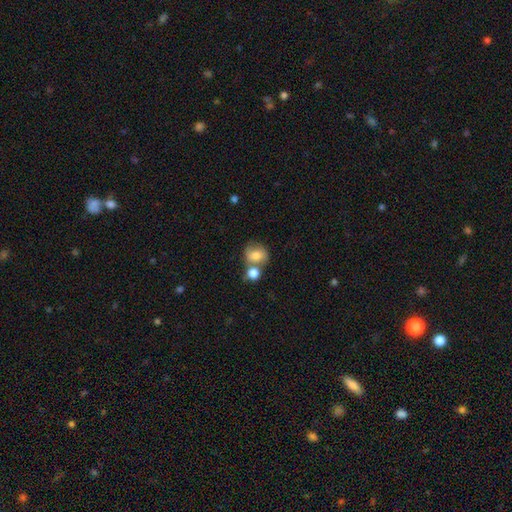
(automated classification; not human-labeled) A smooth galaxy with no disk features (67%) that is round (65%). Merging: none (43%).